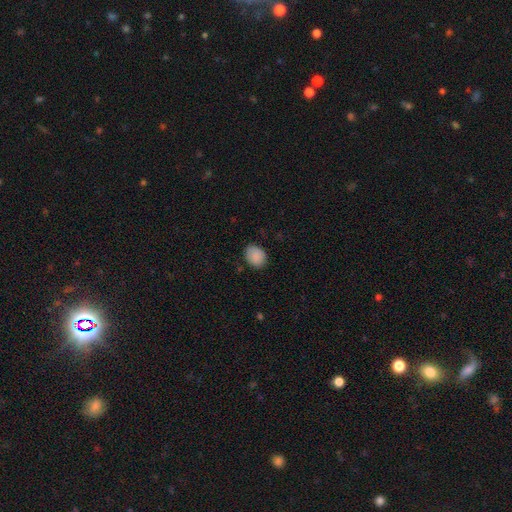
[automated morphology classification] This is clearly a smooth galaxy (88%). How rounded: possibly in between (56%). Merging: likely none (78%).